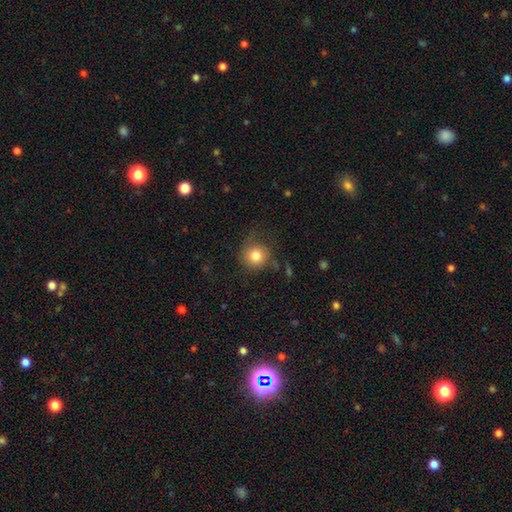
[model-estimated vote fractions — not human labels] This appears to be a smooth galaxy with no disk features (80%) that is round (91%). Merging: none (69%).